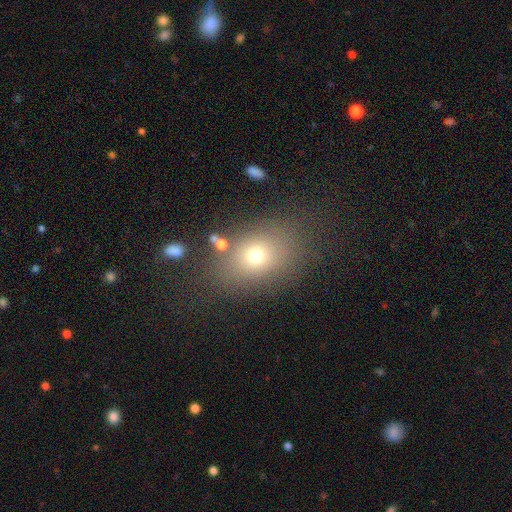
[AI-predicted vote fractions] Smooth or featured? smooth (69%)
How rounded? in between (63%)
Merging? none (74%)